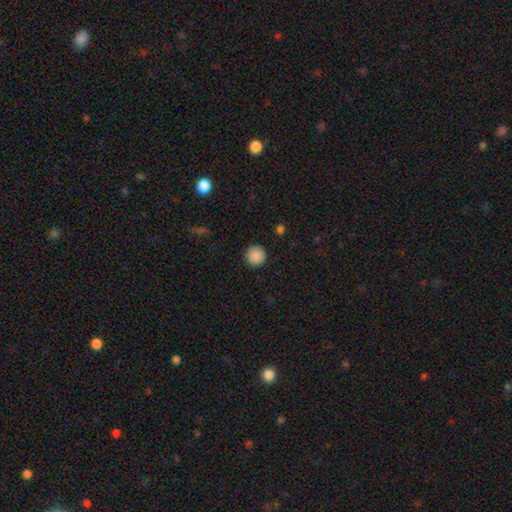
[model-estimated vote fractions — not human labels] The model was most divided on "smooth or featured": smooth: 88%, star or artifact: 9%, featured or disk: 3%. More confident: how rounded — round (96%); merging — none (92%).